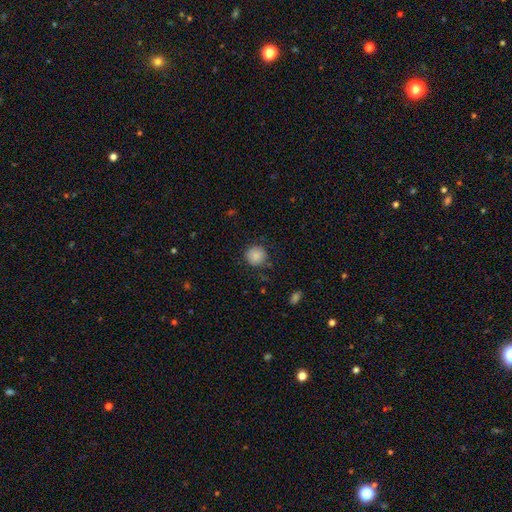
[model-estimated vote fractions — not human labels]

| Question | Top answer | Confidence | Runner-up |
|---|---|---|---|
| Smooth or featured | smooth | 87% | star or artifact (9%) |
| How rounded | round | 93% | in between (6%) |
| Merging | none | 86% | minor disturbance (10%) |